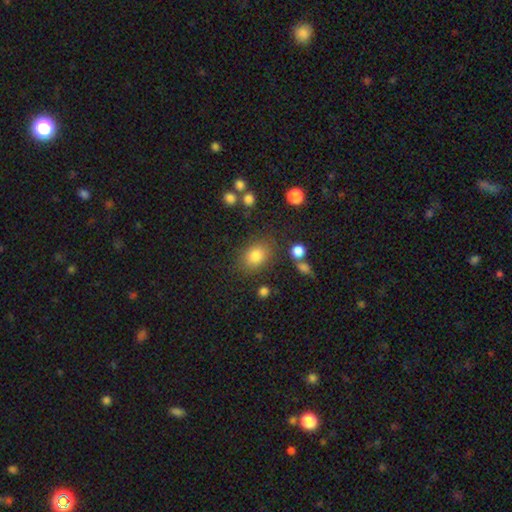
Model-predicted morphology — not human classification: smooth_or_featured: smooth (p=0.82) [alt: star or artifact p=0.11]
how_rounded: in between (p=0.59) [alt: round p=0.40]
merging: none (p=0.77) [alt: minor disturbance p=0.13]